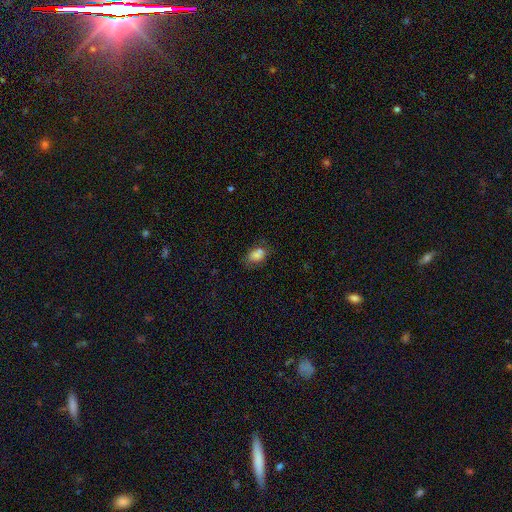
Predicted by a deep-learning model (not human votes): This appears to be a smooth galaxy with no disk features (78%) that is in between round and cigar-shaped (80%). Merging: none (56%).